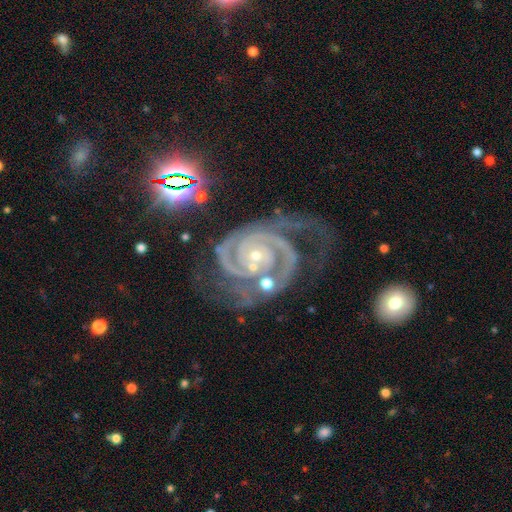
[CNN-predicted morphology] Smooth or featured?
  - featured or disk: 93% *
  - star or artifact: 5%
  - smooth: 2%
Edge-on disk?
  - no: 98% *
  - yes: 2%
Bar?
  - no: 70% *
  - weak: 19%
  - strong: 11%
Spiral arms?
  - yes: 99% *
  - no: 1%
Spiral winding?
  - tight: 71% *
  - medium: 26%
  - loose: 3%
Spiral arm count?
  - 2: 68% *
  - 3: 16%
  - can't tell: 5%
  - 4: 4%
  - 1: 3%
  - more than 4: 3%
Bulge size?
  - small: 77% *
  - moderate: 19%
  - none: 2%
  - large: 1%
  - dominant: 1%
Merging?
  - none: 47% *
  - minor disturbance: 24%
  - major disturbance: 19%
  - merger: 10%